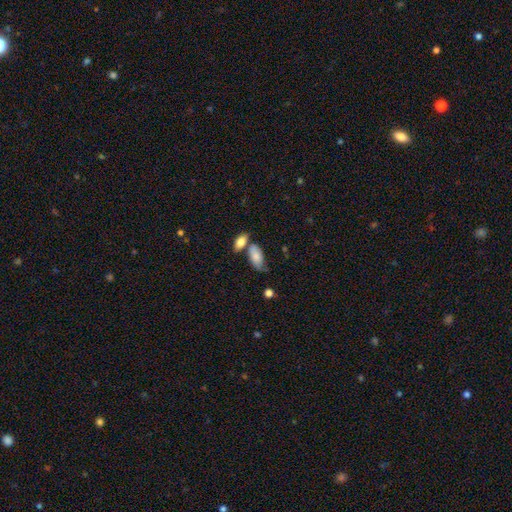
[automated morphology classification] type=smooth (75%); roundness=in between (91%); merging=none (38%).